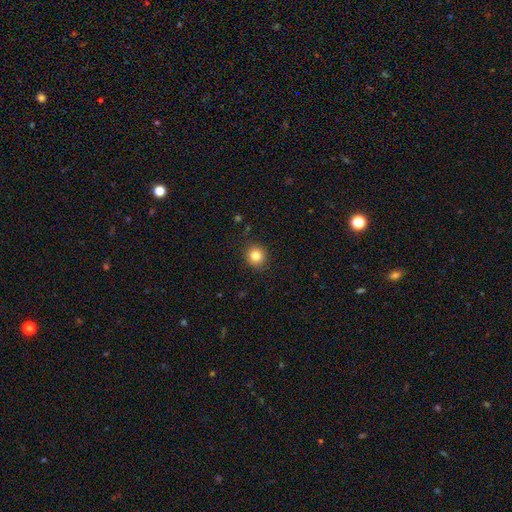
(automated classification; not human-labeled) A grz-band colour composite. It shows a smooth galaxy with no disk features (83%) that is round (90%). Merging: none (89%).